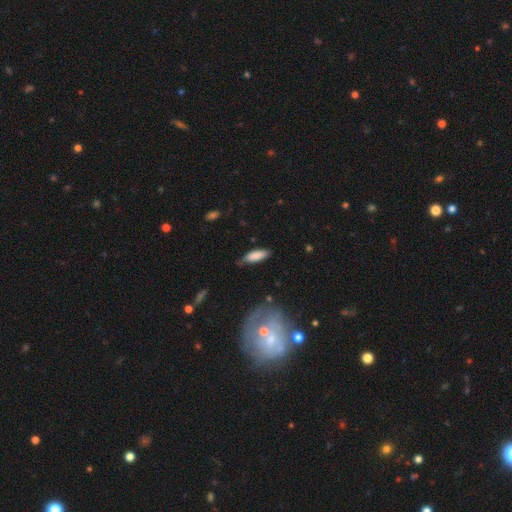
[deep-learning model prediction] smooth-or-featured: smooth: 82% | featured or disk: 11% | star or artifact: 6%
  how-rounded: in between: 57% | cigar-shaped: 41% | round: 2%
  merging: none: 71% | minor disturbance: 22% | major disturbance: 5% | merger: 2%